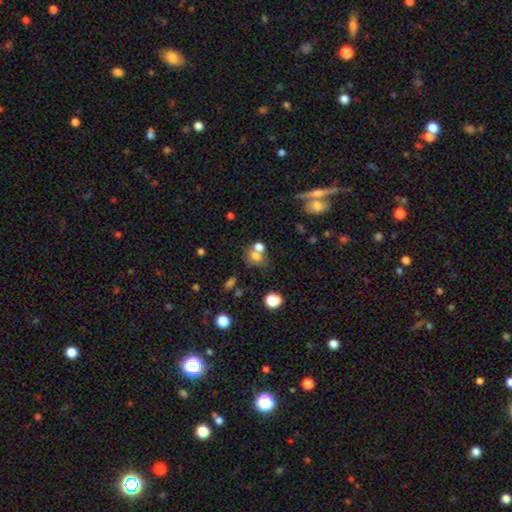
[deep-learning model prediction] A smooth galaxy with no disk features (67%) that is round (52%).

Vote fractions:
- Smooth or featured? smooth: 67% / star or artifact: 17% / featured or disk: 16%
- How rounded? round: 52% / in between: 47% / cigar-shaped: 2%
- Merging? merger: 42% / none: 39% / minor disturbance: 12% / major disturbance: 7%